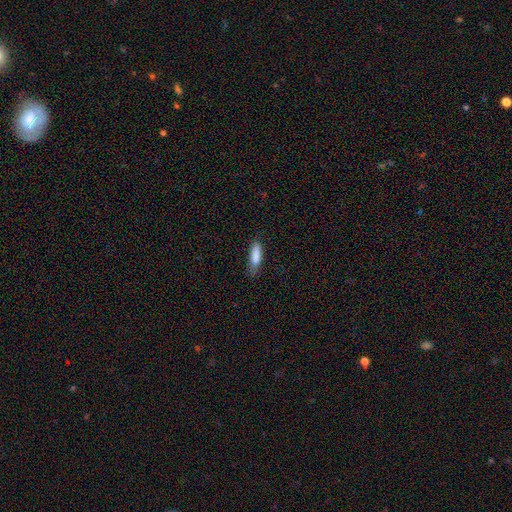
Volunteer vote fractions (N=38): Smooth or featured? smooth (82%)
How rounded? cigar-shaped (77%)
Merging? none (77%)